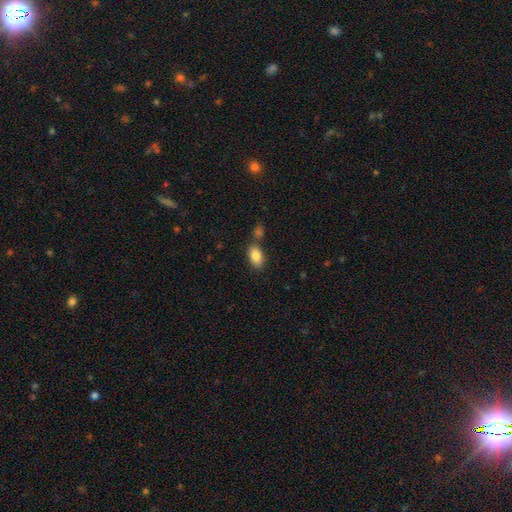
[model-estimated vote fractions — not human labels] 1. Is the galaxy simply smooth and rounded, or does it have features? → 86% smooth, 7% star or artifact, 7% featured or disk.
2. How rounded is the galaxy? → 92% in between, 5% round, 3% cigar-shaped.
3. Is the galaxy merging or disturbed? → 69% none, 16% merger, 12% minor disturbance, 3% major disturbance.